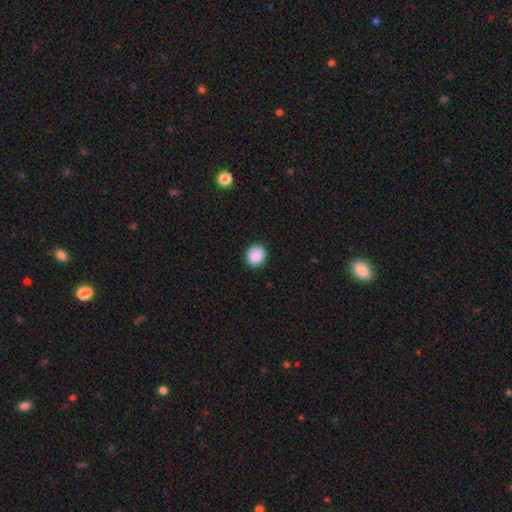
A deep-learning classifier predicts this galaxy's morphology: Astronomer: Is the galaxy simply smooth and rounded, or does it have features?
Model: smooth — 89%.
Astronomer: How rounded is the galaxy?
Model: round — 75%.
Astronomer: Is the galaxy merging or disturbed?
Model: none — 91%.